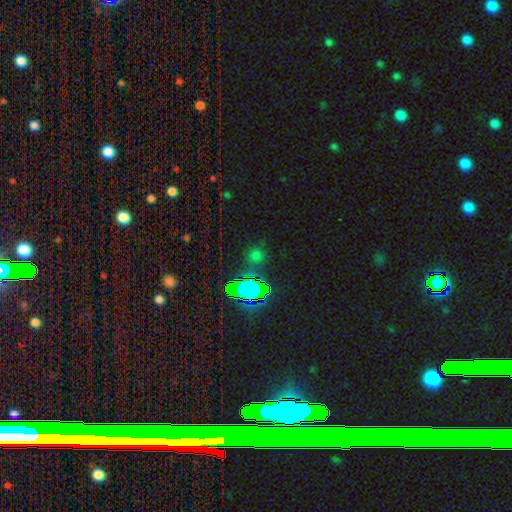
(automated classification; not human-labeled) Smooth or featured? Predicted: smooth (p=0.48). Merging? Predicted: none (p=0.78).